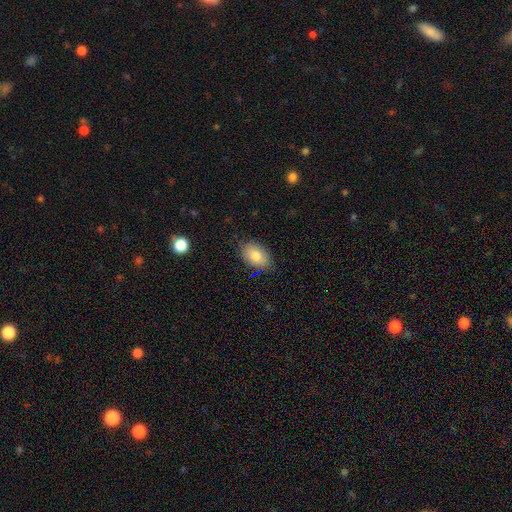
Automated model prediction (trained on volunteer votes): A smooth galaxy with no disk features (81%) that is in between round and cigar-shaped (90%).

Vote fractions:
- Smooth or featured? smooth: 81% / featured or disk: 12% / star or artifact: 7%
- How rounded? in between: 90% / round: 8% / cigar-shaped: 1%
- Merging? none: 80% / minor disturbance: 16% / major disturbance: 3% / merger: 1%